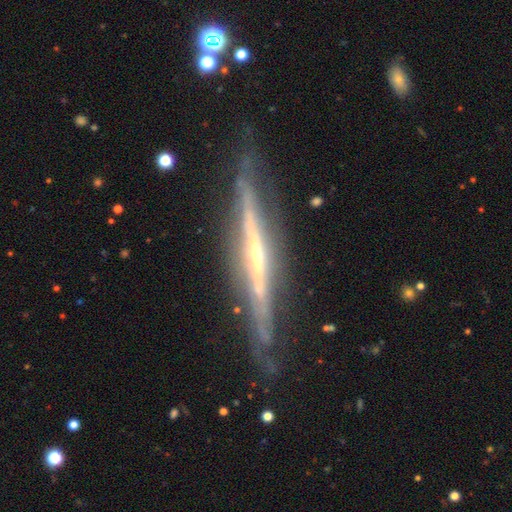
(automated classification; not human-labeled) A featured or disk galaxy (86%) viewed edge-on (95%) with no central bulge (51%). Merging: none (79%).